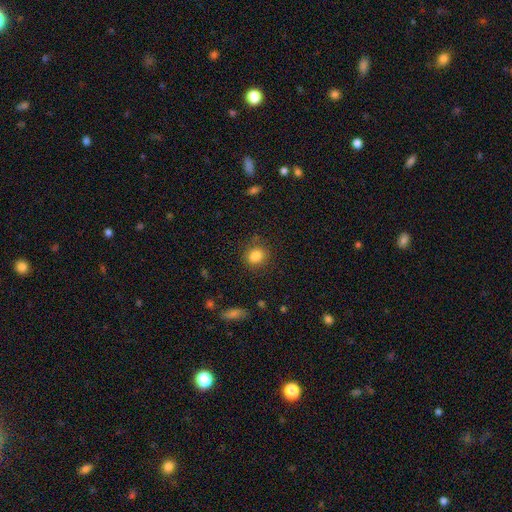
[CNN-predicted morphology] smooth-or-featured: smooth: 84% | star or artifact: 10% | featured or disk: 5%
  how-rounded: round: 61% | in between: 37% | cigar-shaped: 1%
  merging: none: 79% | minor disturbance: 15% | major disturbance: 5% | merger: 2%